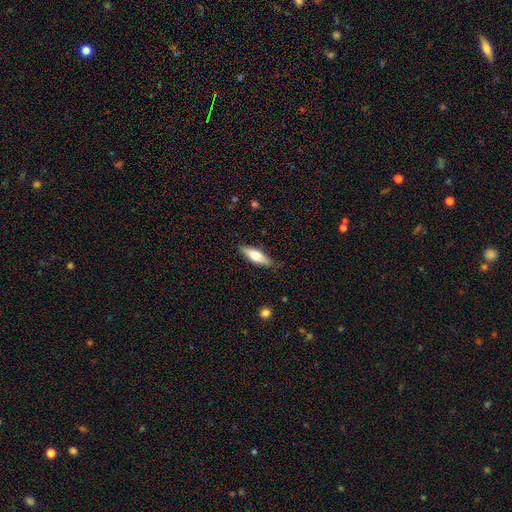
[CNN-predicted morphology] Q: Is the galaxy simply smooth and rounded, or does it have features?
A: smooth — 54%.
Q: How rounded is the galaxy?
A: cigar-shaped — 54%.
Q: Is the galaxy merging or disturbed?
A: none — 85%.